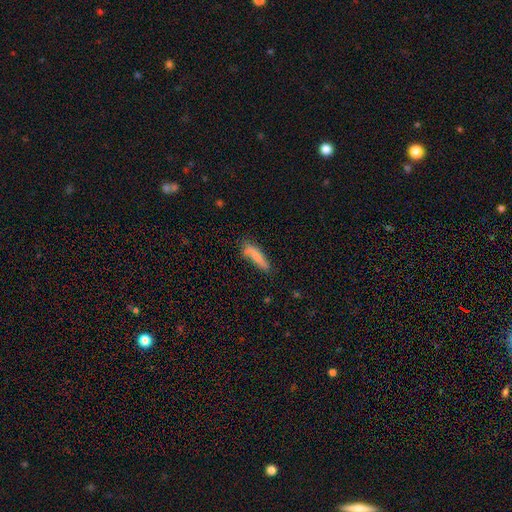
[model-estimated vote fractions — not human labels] smooth_or_featured: smooth (p=0.77) [alt: featured or disk p=0.15]
how_rounded: cigar-shaped (p=0.73) [alt: in between p=0.25]
merging: none (p=0.59) [alt: minor disturbance p=0.26]